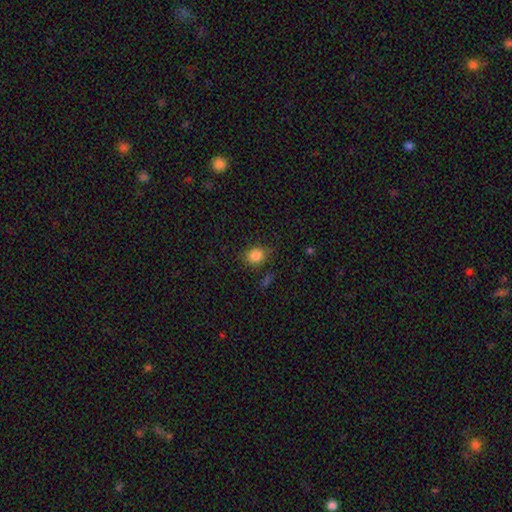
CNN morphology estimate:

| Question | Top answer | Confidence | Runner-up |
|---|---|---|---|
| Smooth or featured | smooth | 83% | star or artifact (11%) |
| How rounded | round | 66% | in between (33%) |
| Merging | none | 76% | minor disturbance (17%) |